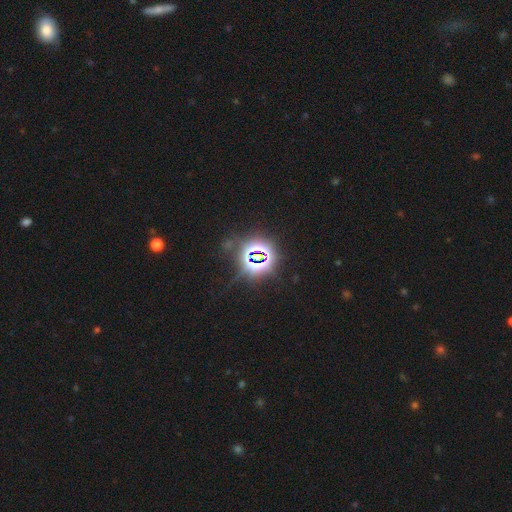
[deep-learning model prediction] smooth-or-featured: star or artifact: 80% | smooth: 12% | featured or disk: 8%